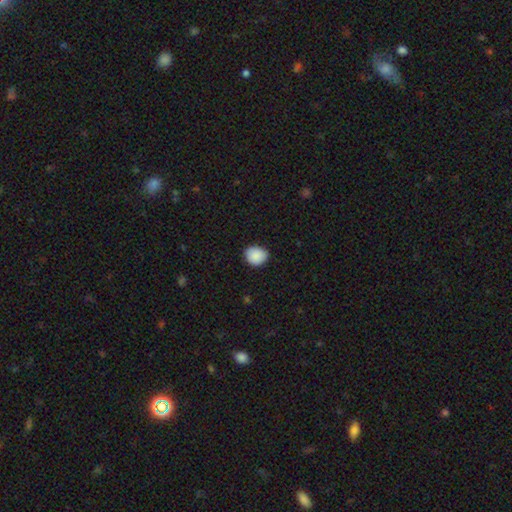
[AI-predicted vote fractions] smooth_or_featured: smooth (p=0.89) [alt: star or artifact p=0.07]
how_rounded: round (p=0.67) [alt: in between p=0.32]
merging: none (p=0.82) [alt: minor disturbance p=0.15]